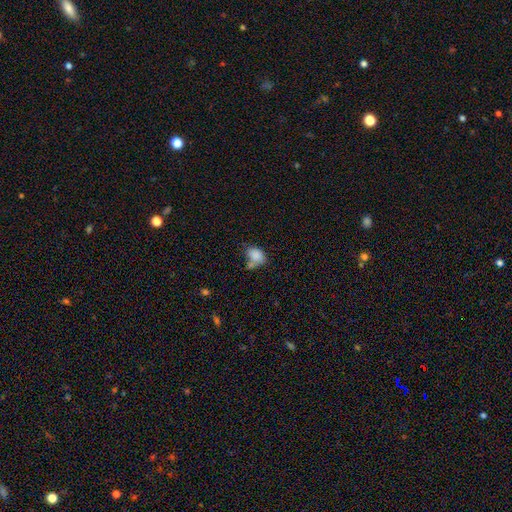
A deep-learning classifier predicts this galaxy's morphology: This is clearly a smooth galaxy (82%). How rounded: likely in between (78%). Merging: marginally none (36%).